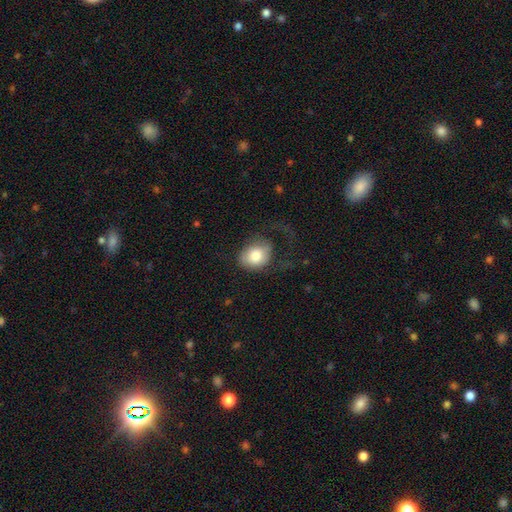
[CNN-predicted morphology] smooth-or-featured: smooth: 77% | featured or disk: 16% | star or artifact: 7%
  how-rounded: in between: 51% | round: 48% | cigar-shaped: 1%
  merging: none: 43% | major disturbance: 33% | minor disturbance: 22% | merger: 2%